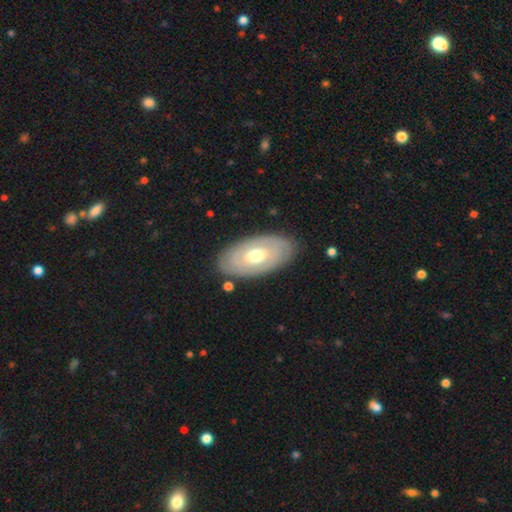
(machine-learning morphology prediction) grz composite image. It shows a featured or disk galaxy (58%) with no bar (72%), no spiral arms (57%) and a moderate central bulge (73%). Merging: none (83%).